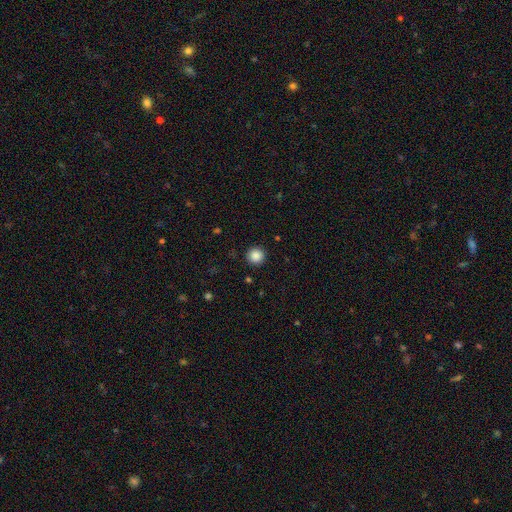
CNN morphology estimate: type=smooth (87%); roundness=round (96%); merging=none (92%).